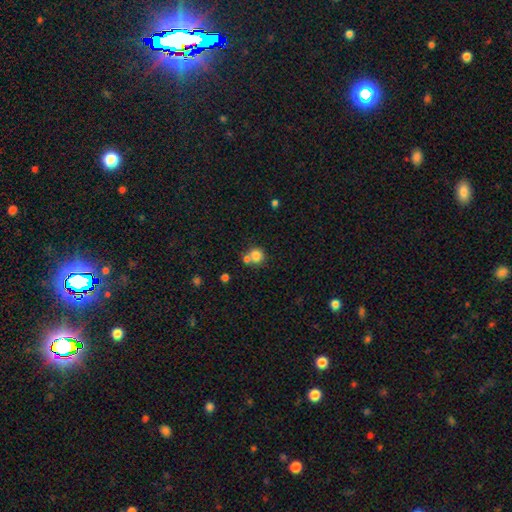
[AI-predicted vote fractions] smooth 80%, star or artifact 11%, featured or disk 9%. Down the decision tree: how rounded — round (90%); merging — none (54%).